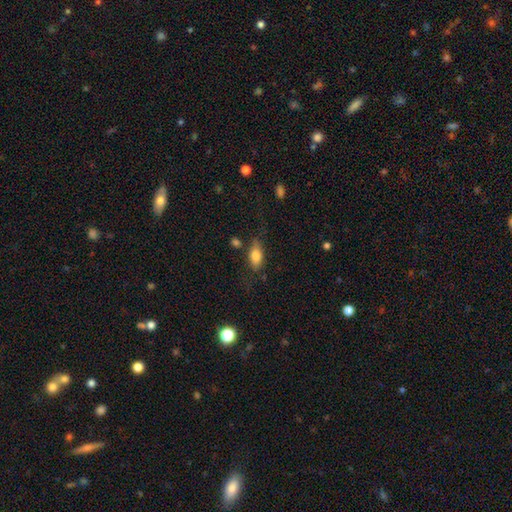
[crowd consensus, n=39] A smooth galaxy with no disk features (72%) that is in between round and cigar-shaped (68%). Merging: none (59%).